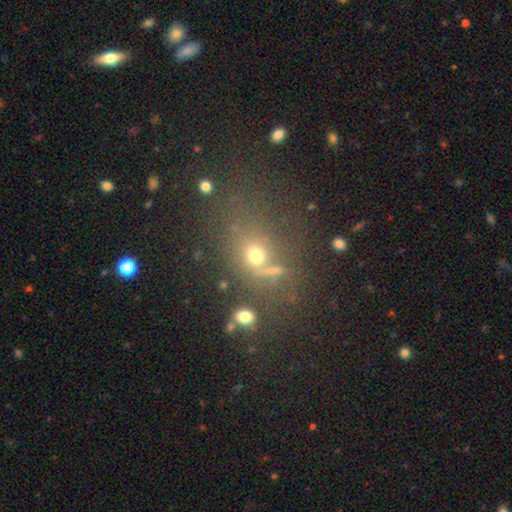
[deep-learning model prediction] Smooth or featured: smooth — 58% (star or artifact — 27%)
How rounded: round — 58% (in between — 39%)
Merging: none — 55% (merger — 18%)